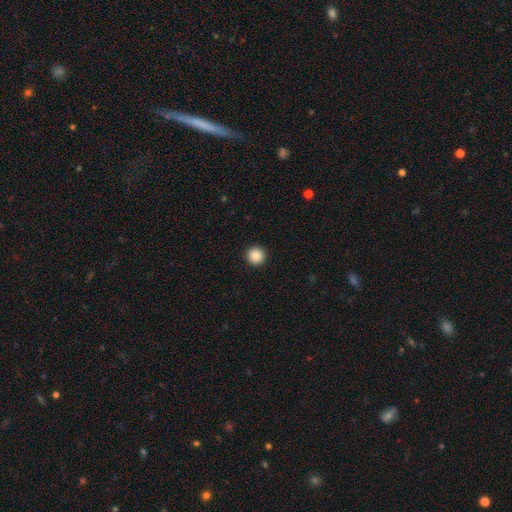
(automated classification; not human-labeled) Q: Smooth or featured?
A: smooth (88%); runner-up: star or artifact (9%)
Q: How rounded?
A: round (96%); runner-up: in between (3%)
Q: Merging?
A: none (94%); runner-up: minor disturbance (4%)